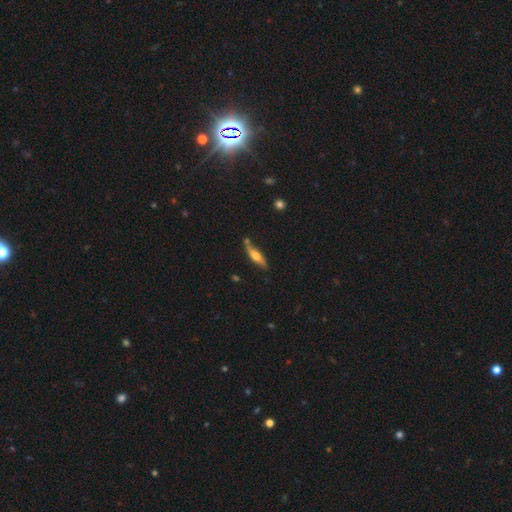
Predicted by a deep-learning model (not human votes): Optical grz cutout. It shows a smooth galaxy with no disk features (49%). Merging: none (72%).